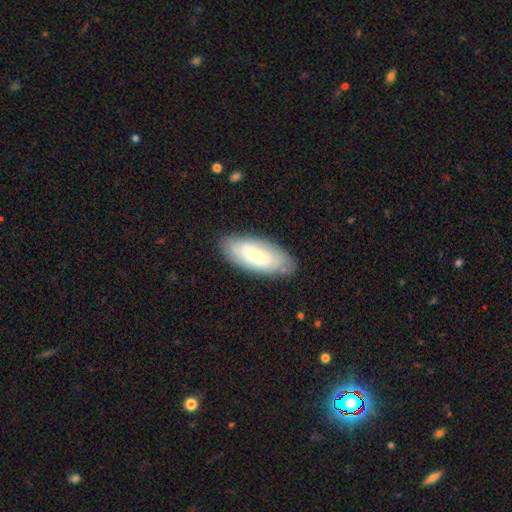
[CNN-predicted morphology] This appears to be a smooth galaxy with no disk features (58%) that is in between round and cigar-shaped (83%). Merging: none (78%).